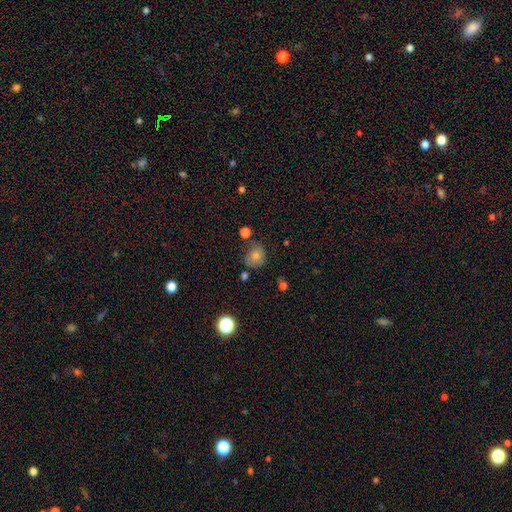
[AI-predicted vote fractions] Morphology: type=smooth (61%); roundness=round (71%); merging=none (69%).